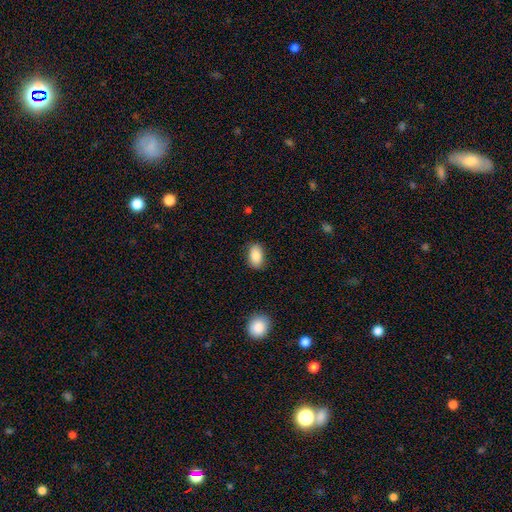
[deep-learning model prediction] smooth 86%, star or artifact 7%, featured or disk 7%. Down the decision tree: how rounded — in between (90%); merging — none (86%).